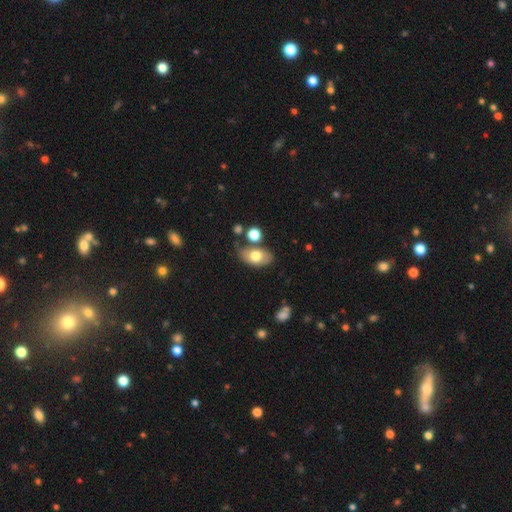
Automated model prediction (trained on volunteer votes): Smooth or featured? Predicted: smooth (p=0.70). How rounded? Predicted: in between (p=0.90). Merging? Predicted: none (p=0.59).